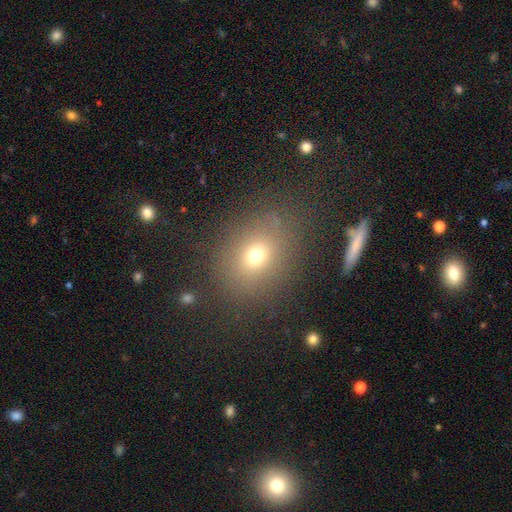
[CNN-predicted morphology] The model was most divided on "how rounded": round: 60%, in between: 38%, cigar-shaped: 1%. More confident: merging — none (80%); smooth or featured — smooth (69%).